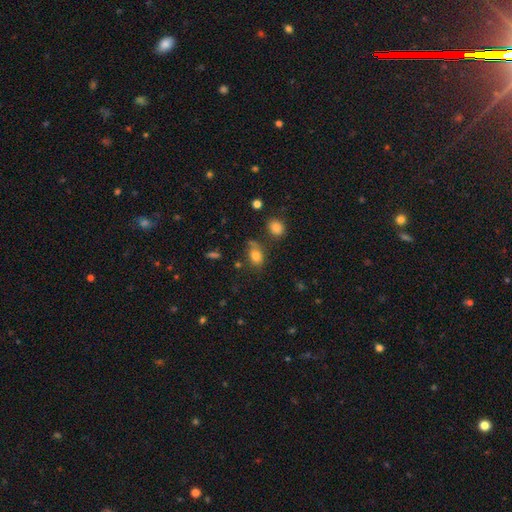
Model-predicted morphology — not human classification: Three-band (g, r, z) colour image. It shows a smooth galaxy with no disk features (80%) that is in between round and cigar-shaped (71%). Merging: none (60%).